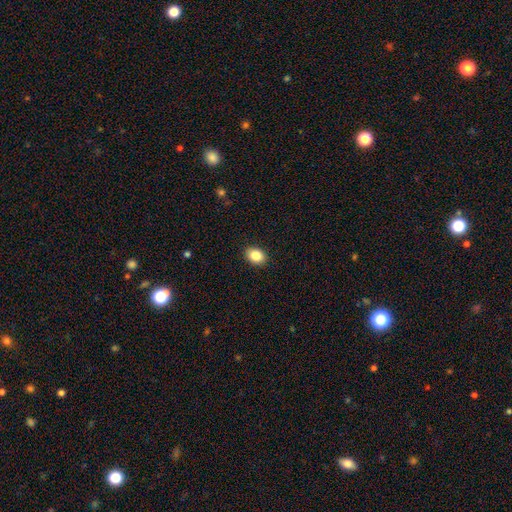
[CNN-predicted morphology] smooth_or_featured: smooth (p=0.85) [alt: star or artifact p=0.08]
how_rounded: in between (p=0.69) [alt: round p=0.30]
merging: none (p=0.90) [alt: minor disturbance p=0.07]